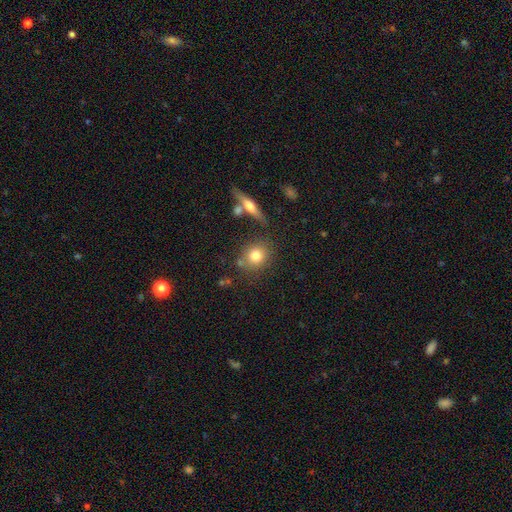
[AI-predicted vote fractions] smooth 77%, featured or disk 13%, star or artifact 10%. Down the decision tree: how rounded — round (79%); merging — none (74%).